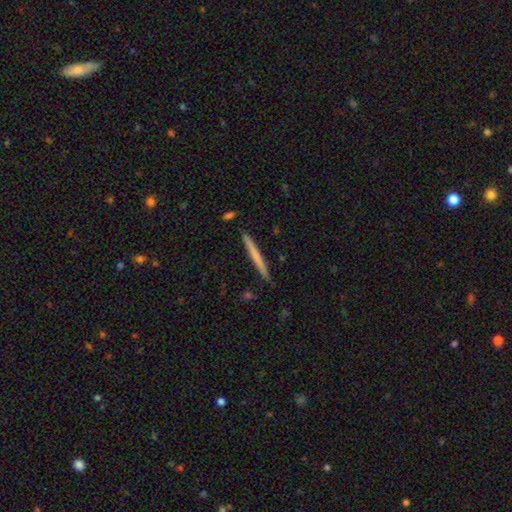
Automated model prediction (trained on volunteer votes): Smooth or featured: smooth — 60% (featured or disk — 34%)
How rounded: cigar-shaped — 97% (in between — 2%)
Merging: none — 90% (minor disturbance — 7%)